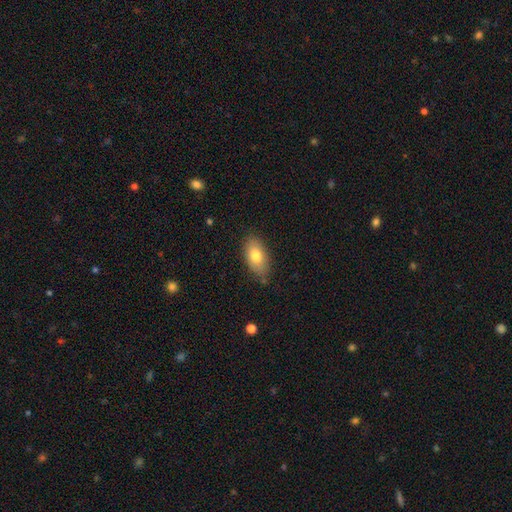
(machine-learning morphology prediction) This appears to be a smooth galaxy with no disk features (78%) that is in between round and cigar-shaped (91%). Merging: none (77%).